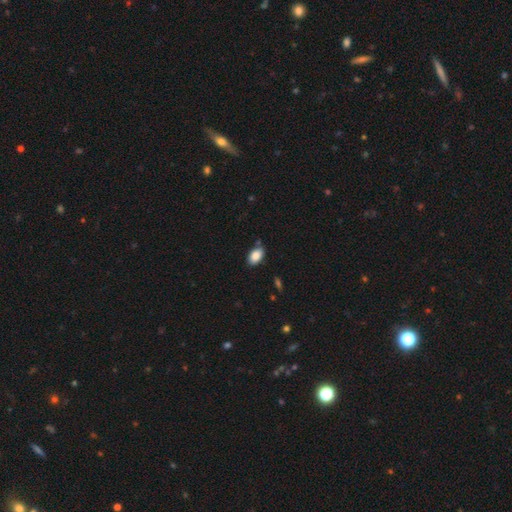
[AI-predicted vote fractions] smooth_or_featured: smooth (p=0.87) [alt: star or artifact p=0.08]
how_rounded: in between (p=0.92) [alt: round p=0.07]
merging: none (p=0.80) [alt: minor disturbance p=0.14]